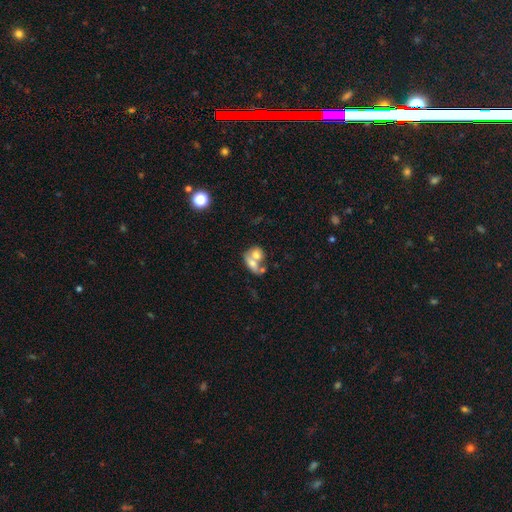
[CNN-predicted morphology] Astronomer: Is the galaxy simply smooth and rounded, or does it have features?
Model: smooth — 62%.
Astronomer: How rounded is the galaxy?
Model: in between — 64%.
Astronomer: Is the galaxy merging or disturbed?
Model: merger — 69%.